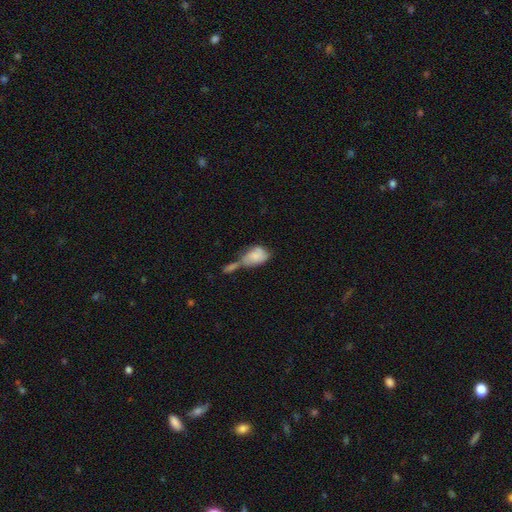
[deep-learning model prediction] smooth_or_featured: smooth (p=0.69) [alt: featured or disk p=0.23]
how_rounded: in between (p=0.86) [alt: round p=0.11]
merging: merger (p=0.57) [alt: none p=0.16]